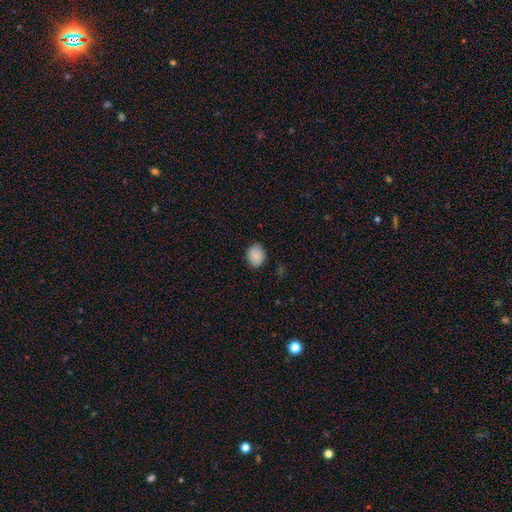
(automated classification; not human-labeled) The model was most divided on "how rounded": round: 53%, in between: 46%, cigar-shaped: 1%. More confident: smooth or featured — smooth (88%); merging — none (84%).